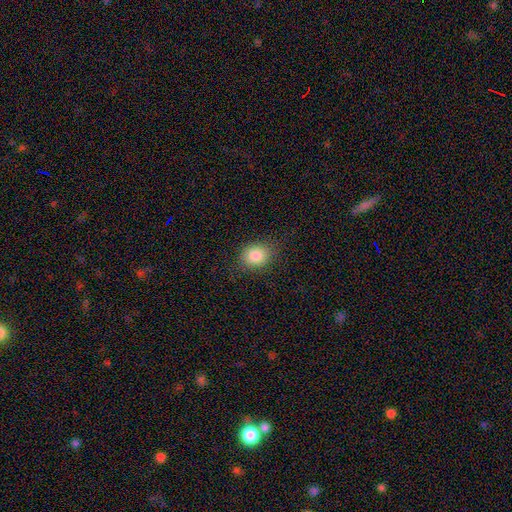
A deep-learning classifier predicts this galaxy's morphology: smooth 84%, star or artifact 10%, featured or disk 6%. Down the decision tree: how rounded — round (51%); merging — none (80%).